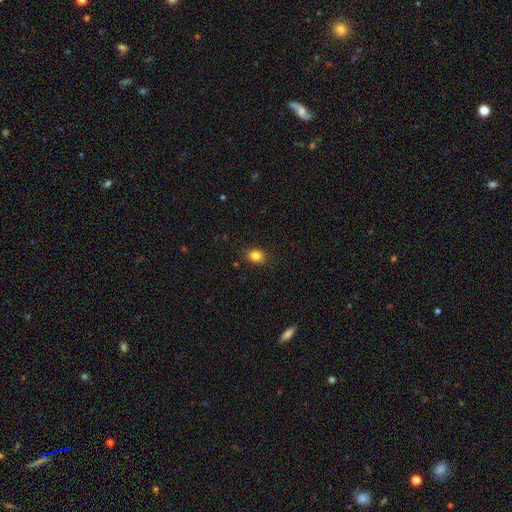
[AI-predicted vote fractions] This appears to be a smooth galaxy with no disk features (84%) that is in between round and cigar-shaped (50%). Merging: none (88%).